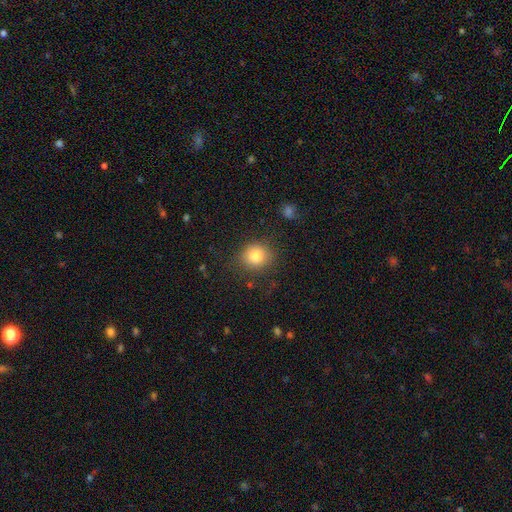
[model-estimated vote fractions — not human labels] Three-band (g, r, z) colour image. It shows a smooth galaxy with no disk features (80%) that is round (84%). Merging: none (83%).